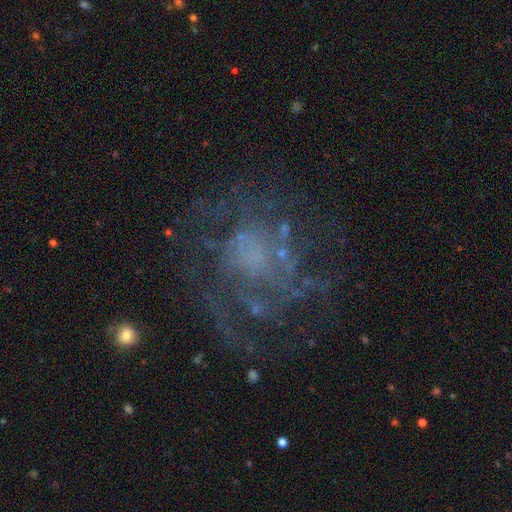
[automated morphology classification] Smooth or featured? Predicted: featured or disk (p=0.70). Edge-on disk? Predicted: no (p=0.98). Bar? Predicted: no (p=0.82). Spiral arms? Predicted: yes (p=0.66). Bulge size? Predicted: none (p=0.51). Merging? Predicted: none (p=0.58).